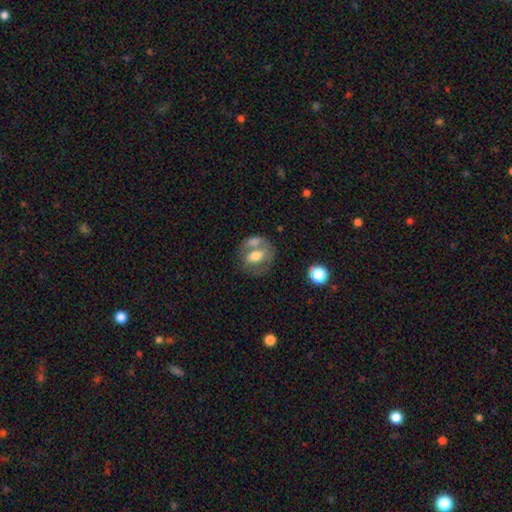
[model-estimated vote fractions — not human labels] This appears to be a smooth galaxy with no disk features (56%) that is in between round and cigar-shaped (62%). Merging: merger (39%, tied with none).